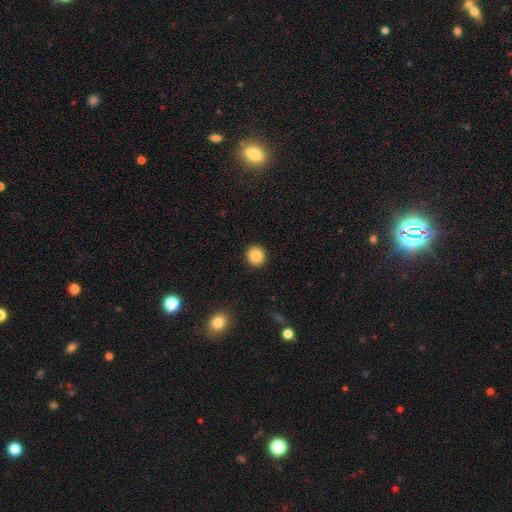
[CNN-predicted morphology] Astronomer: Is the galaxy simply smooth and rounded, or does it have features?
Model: smooth — 87%.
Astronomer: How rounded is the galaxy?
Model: round — 91%.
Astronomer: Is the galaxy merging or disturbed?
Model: none — 93%.